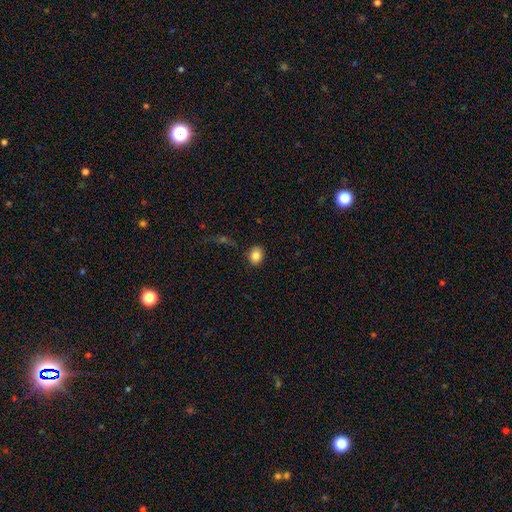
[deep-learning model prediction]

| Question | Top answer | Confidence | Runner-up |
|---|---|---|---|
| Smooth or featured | smooth | 84% | star or artifact (9%) |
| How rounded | round | 51% | in between (48%) |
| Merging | none | 85% | minor disturbance (10%) |